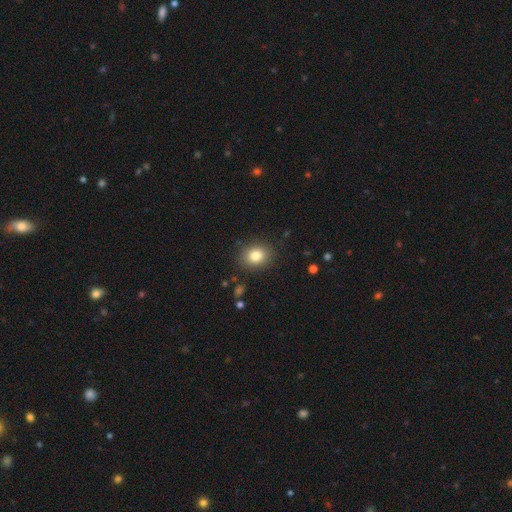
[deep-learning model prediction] Smooth or featured: smooth — 82% (star or artifact — 10%)
How rounded: round — 58% (in between — 41%)
Merging: none — 86% (minor disturbance — 9%)